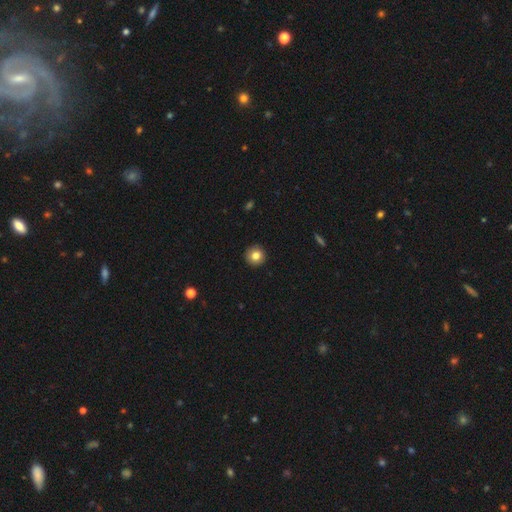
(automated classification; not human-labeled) Smooth or featured? smooth (82%)
How rounded? round (95%)
Merging? none (92%)